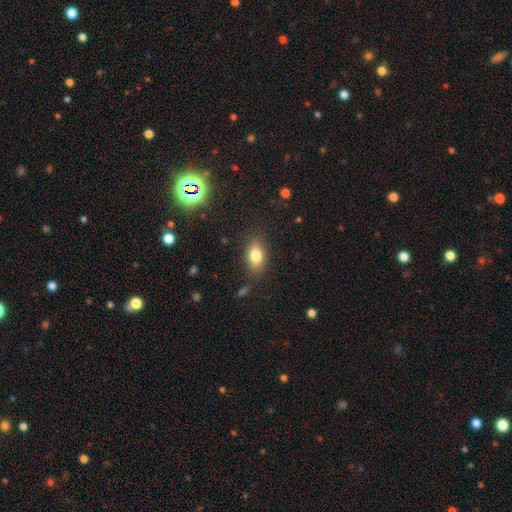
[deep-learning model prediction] smooth 79%, featured or disk 11%, star or artifact 10%. Down the decision tree: how rounded — in between (82%); merging — none (81%).